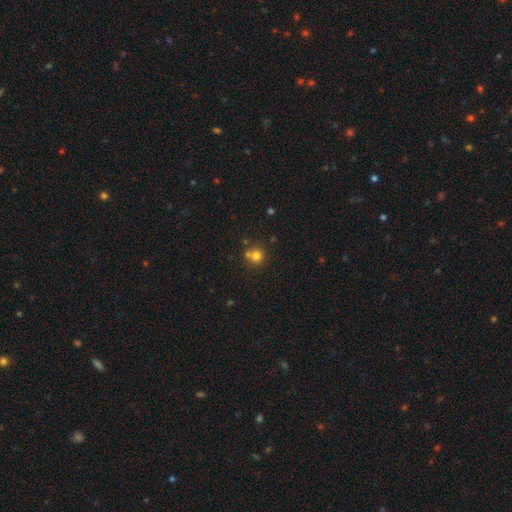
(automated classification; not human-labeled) Smooth or featured?
  - smooth: 76% *
  - star or artifact: 15%
  - featured or disk: 9%
How rounded?
  - round: 90% *
  - in between: 9%
  - cigar-shaped: 1%
Merging?
  - none: 62% *
  - merger: 26%
  - minor disturbance: 9%
  - major disturbance: 3%